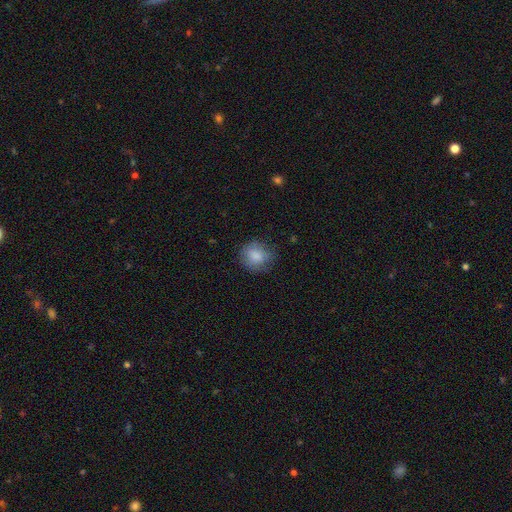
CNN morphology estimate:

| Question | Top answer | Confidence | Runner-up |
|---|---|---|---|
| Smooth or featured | smooth | 84% | featured or disk (8%) |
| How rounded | round | 79% | in between (20%) |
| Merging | none | 74% | minor disturbance (20%) |